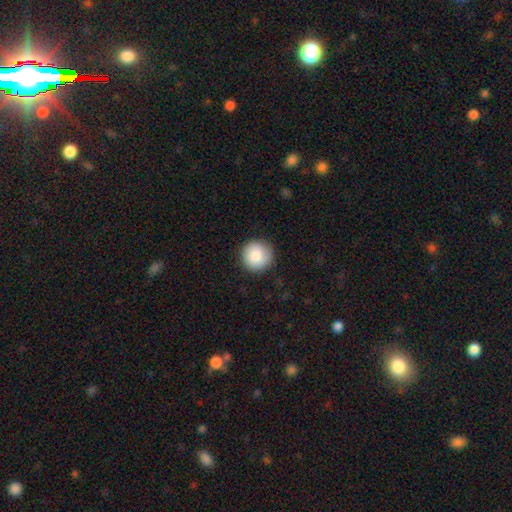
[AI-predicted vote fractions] A smooth galaxy with no disk features (86%) that is round (95%). Merging: none (89%).